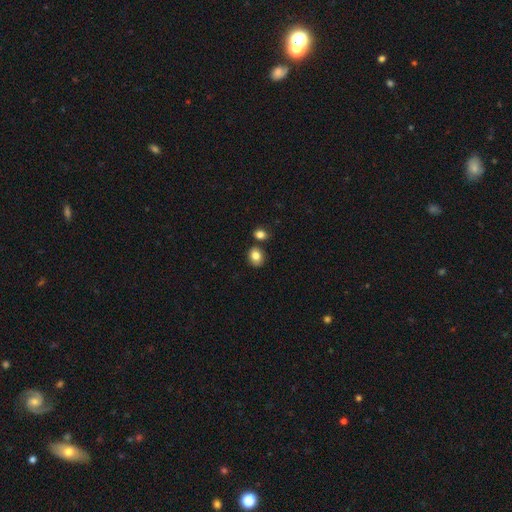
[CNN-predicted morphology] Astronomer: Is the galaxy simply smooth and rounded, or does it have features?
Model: smooth — 83%.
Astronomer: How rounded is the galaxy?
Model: round — 51% (runner-up: in between, 48%).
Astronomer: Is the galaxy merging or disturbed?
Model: none — 73%.